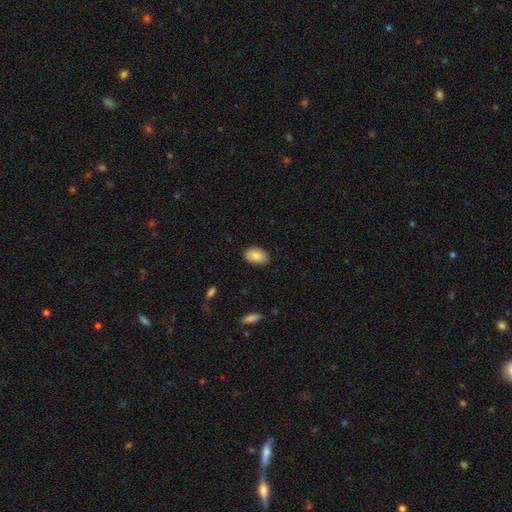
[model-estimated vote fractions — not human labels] A smooth galaxy with no disk features (86%) that is in between round and cigar-shaped (90%). Merging: none (86%).